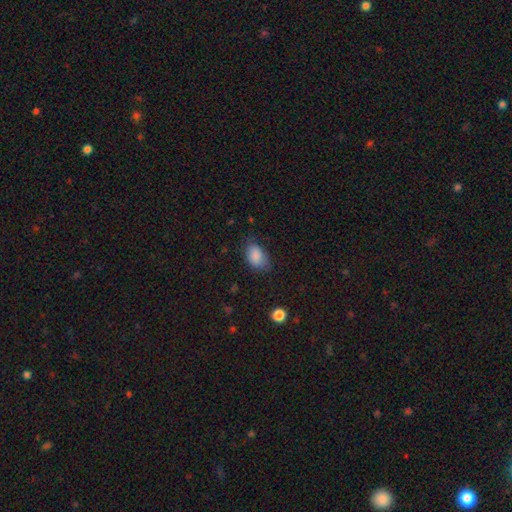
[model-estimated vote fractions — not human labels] Smooth or featured? Predicted: smooth (p=0.86). How rounded? Predicted: in between (p=0.87). Merging? Predicted: none (p=0.65).